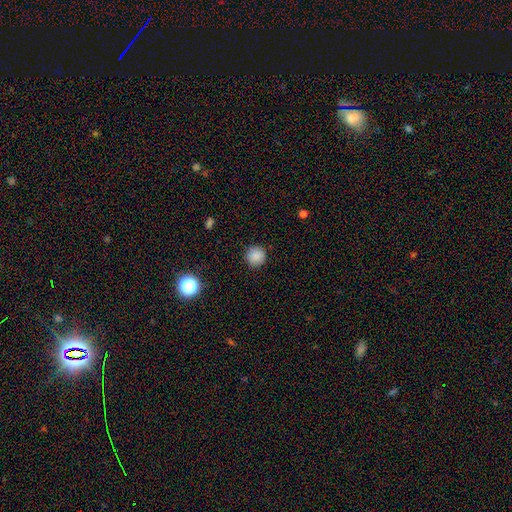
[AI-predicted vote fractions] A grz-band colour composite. It shows a smooth galaxy with no disk features (86%) that is round (95%). Merging: none (90%).